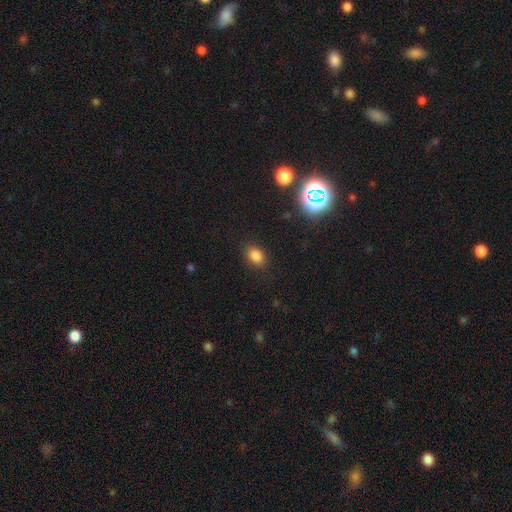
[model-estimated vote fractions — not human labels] Smooth or featured? Predicted: smooth (p=0.81). How rounded? Predicted: in between (p=0.69). Merging? Predicted: none (p=0.86).